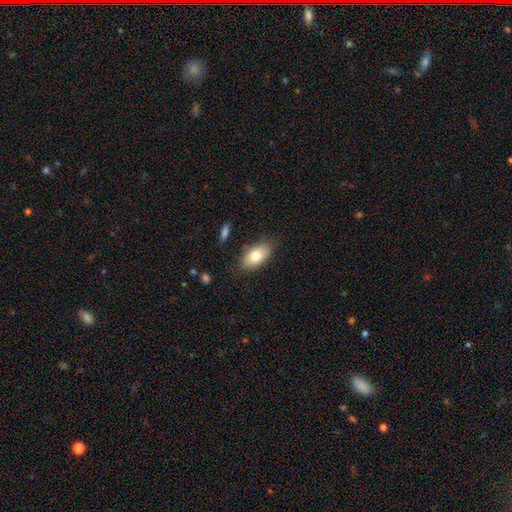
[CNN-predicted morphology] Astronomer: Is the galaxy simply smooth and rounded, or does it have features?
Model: smooth — 78%.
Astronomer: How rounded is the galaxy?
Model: in between — 92%.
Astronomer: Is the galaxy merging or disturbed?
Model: none — 79%.